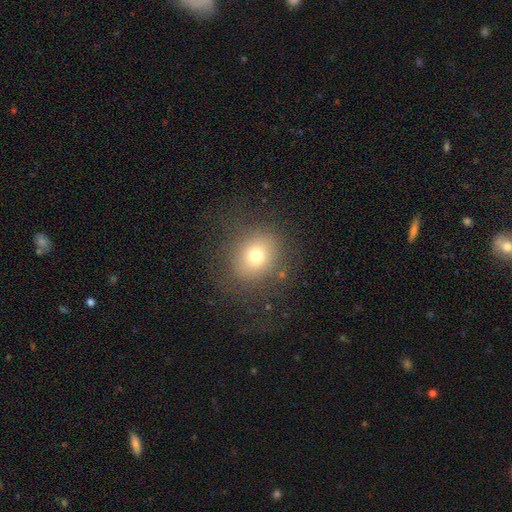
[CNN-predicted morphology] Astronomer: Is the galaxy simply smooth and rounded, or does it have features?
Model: smooth — 70%.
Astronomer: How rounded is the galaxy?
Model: round — 77%.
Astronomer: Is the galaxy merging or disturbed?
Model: none — 78%.